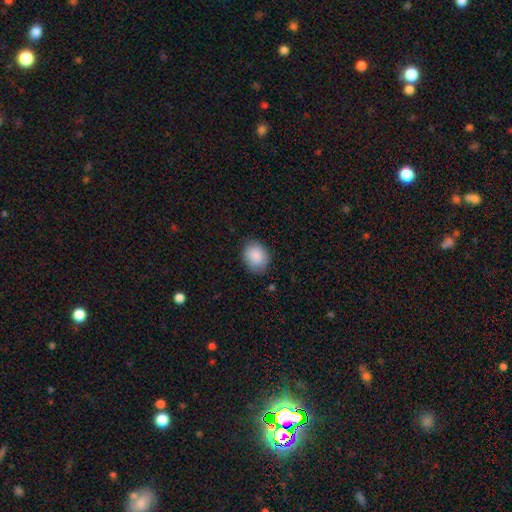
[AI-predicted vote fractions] This is clearly a smooth galaxy (89%). How rounded: possibly in between (54%). Merging: clearly none (81%).